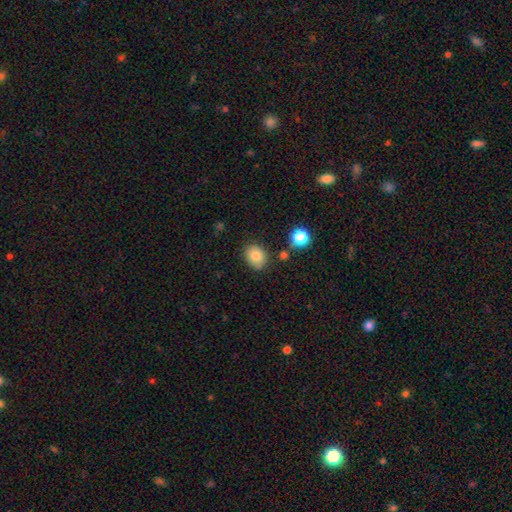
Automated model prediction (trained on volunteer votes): A smooth galaxy with no disk features (82%) that is in between round and cigar-shaped (53%). Merging: none (78%).